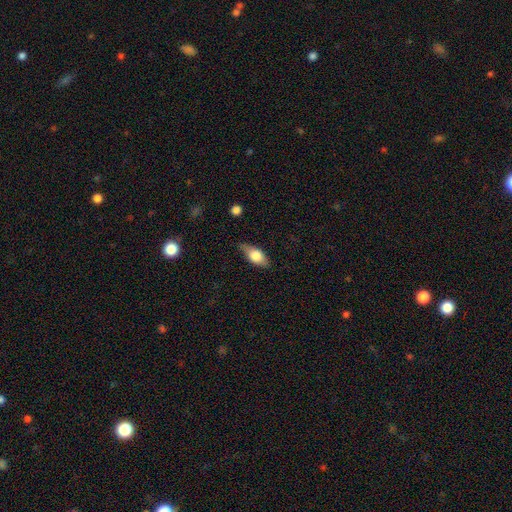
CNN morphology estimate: Smooth or featured? smooth (68%)
How rounded? in between (83%)
Merging? none (74%)